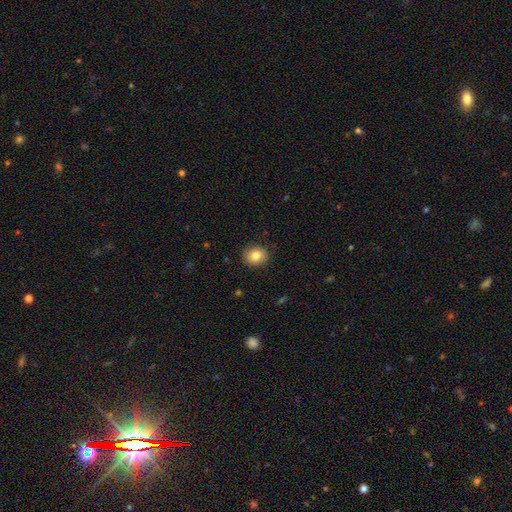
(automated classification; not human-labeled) A smooth galaxy with no disk features (83%) that is round (63%).

Vote fractions:
- Smooth or featured? smooth: 83% / star or artifact: 9% / featured or disk: 8%
- How rounded? round: 63% / in between: 36% / cigar-shaped: 1%
- Merging? none: 89% / minor disturbance: 8% / major disturbance: 2% / merger: 1%